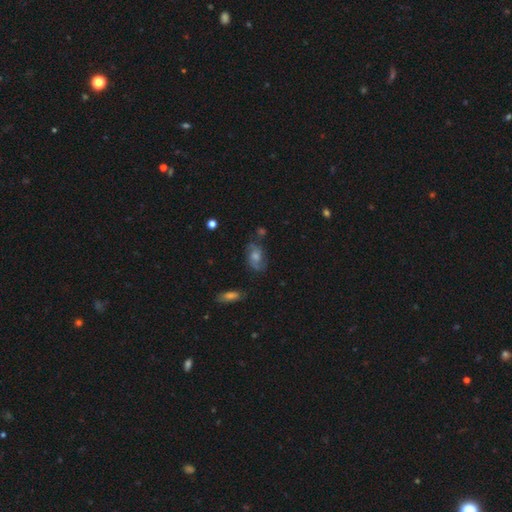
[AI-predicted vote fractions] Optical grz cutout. It shows a featured or disk galaxy (58%) with no bar (63%), spiral arms (86%) and a moderate central bulge (53%). Merging: none (71%).